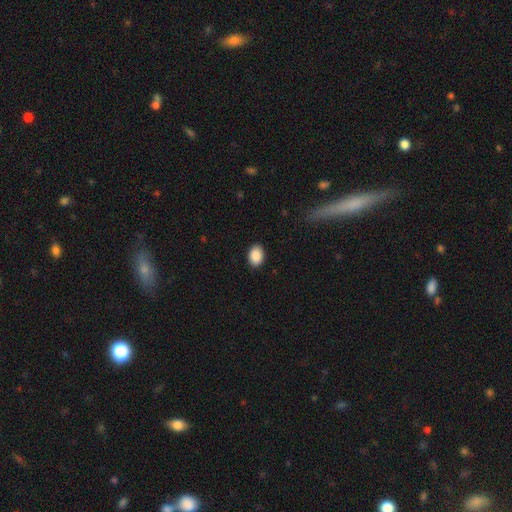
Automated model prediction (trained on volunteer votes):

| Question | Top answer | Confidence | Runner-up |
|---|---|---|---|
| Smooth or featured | smooth | 89% | star or artifact (7%) |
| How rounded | in between | 79% | round (20%) |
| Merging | none | 89% | minor disturbance (8%) |